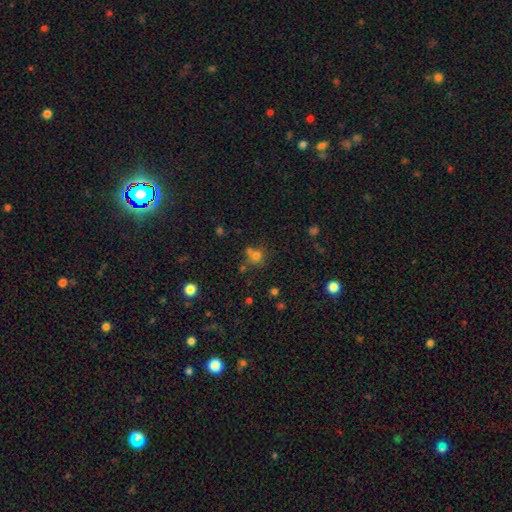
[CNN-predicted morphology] The model was most divided on "merging": none: 56%, merger: 29%, minor disturbance: 10%, major disturbance: 5%. More confident: how rounded — round (85%); smooth or featured — smooth (68%).